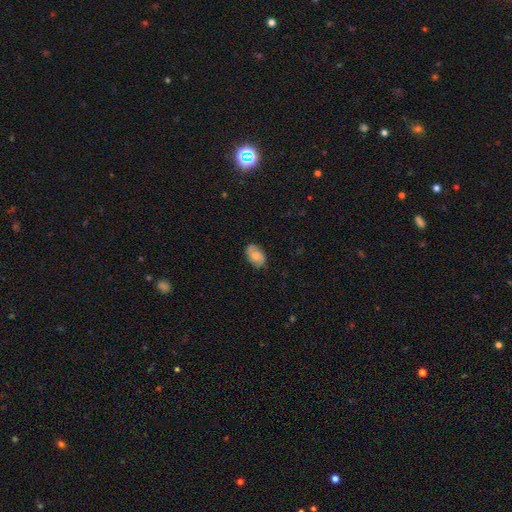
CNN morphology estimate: A smooth galaxy with no disk features (57%) that is in between round and cigar-shaped (90%). Merging: none (80%).